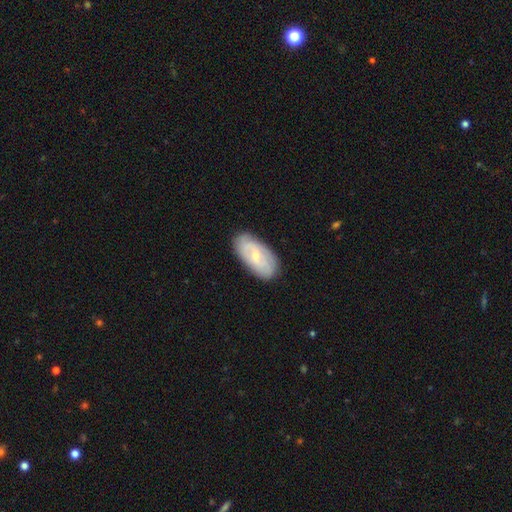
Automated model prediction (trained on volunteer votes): Q: Smooth or featured?
A: featured or disk (54%); runner-up: smooth (40%)
Q: Edge-on disk?
A: no (90%); runner-up: yes (10%)
Q: Merging?
A: none (83%); runner-up: minor disturbance (13%)